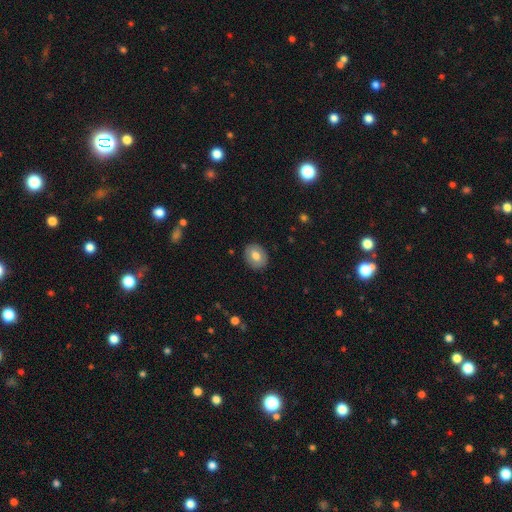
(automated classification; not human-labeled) Q: Smooth or featured?
A: smooth (75%); runner-up: featured or disk (18%)
Q: How rounded?
A: in between (52%); runner-up: round (47%)
Q: Merging?
A: none (89%); runner-up: minor disturbance (8%)